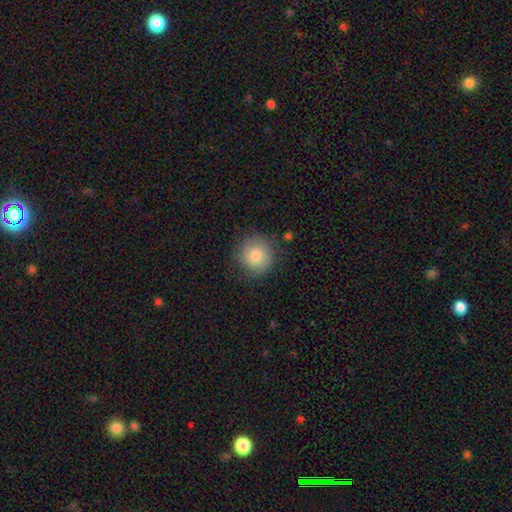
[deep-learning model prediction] The model was most divided on "smooth or featured": smooth: 74%, featured or disk: 17%, star or artifact: 9%. More confident: how rounded — round (91%); merging — none (81%).